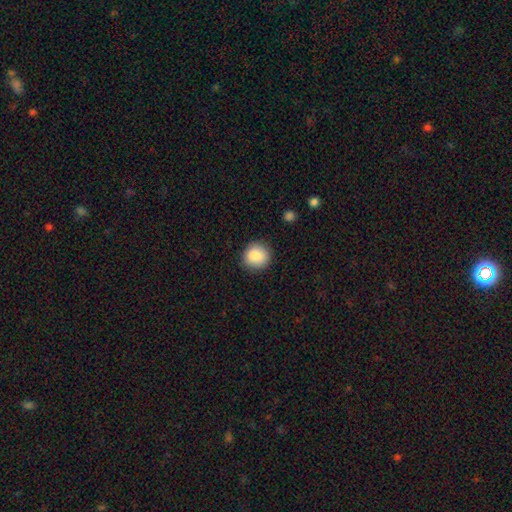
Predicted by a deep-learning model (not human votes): A smooth galaxy with no disk features (88%) that is round (87%). Merging: none (88%).